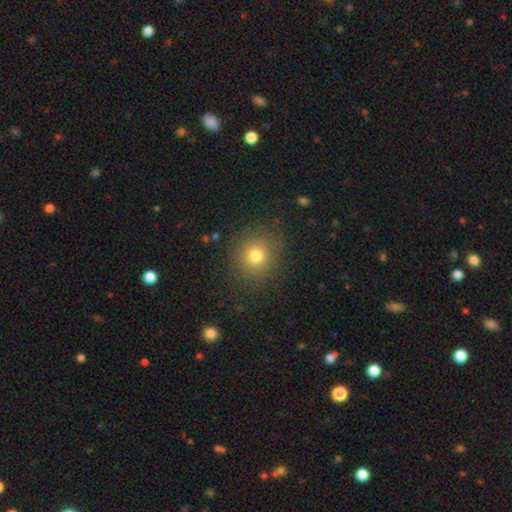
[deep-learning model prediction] This is likely a smooth galaxy (76%). How rounded: clearly round (86%). Merging: clearly none (84%).